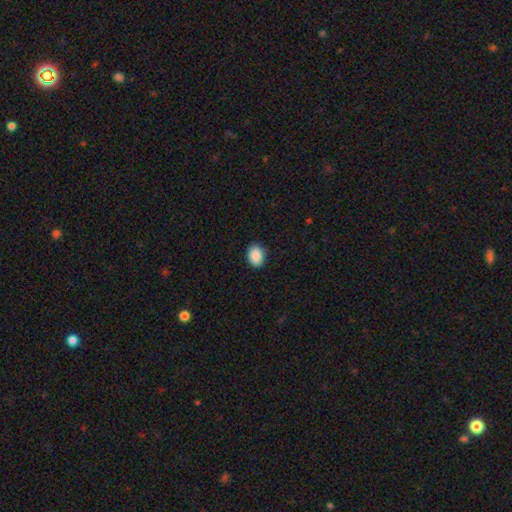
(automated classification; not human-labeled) Smooth or featured? Predicted: smooth (p=0.90). How rounded? Predicted: in between (p=0.77). Merging? Predicted: none (p=0.87).